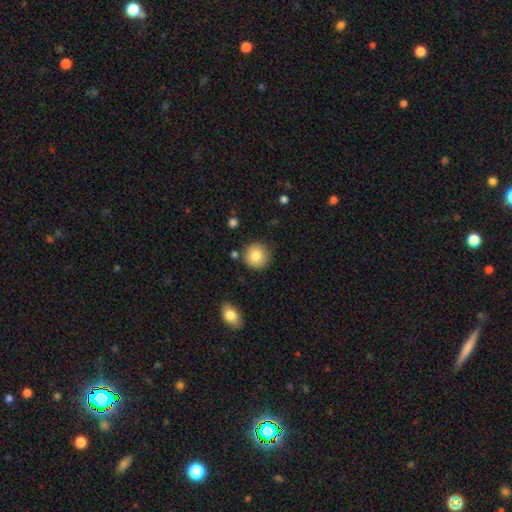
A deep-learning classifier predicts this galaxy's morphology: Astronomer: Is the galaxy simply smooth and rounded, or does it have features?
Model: smooth — 83%.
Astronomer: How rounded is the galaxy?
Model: round — 92%.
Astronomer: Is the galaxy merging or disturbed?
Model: none — 86%.